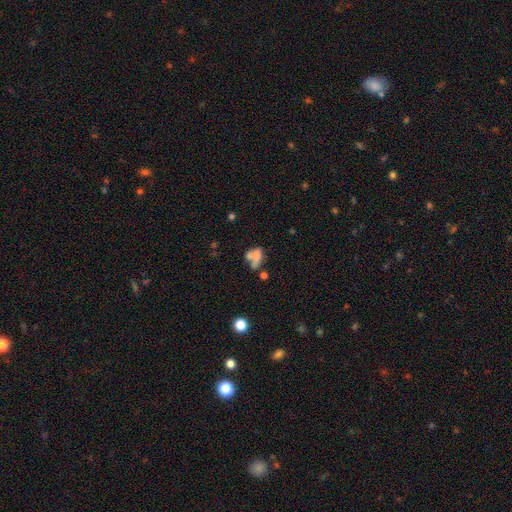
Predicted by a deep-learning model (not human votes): Q: Smooth or featured?
A: smooth (54%); runner-up: featured or disk (34%)
Q: How rounded?
A: in between (69%); runner-up: round (26%)
Q: Merging?
A: merger (47%); runner-up: none (23%)